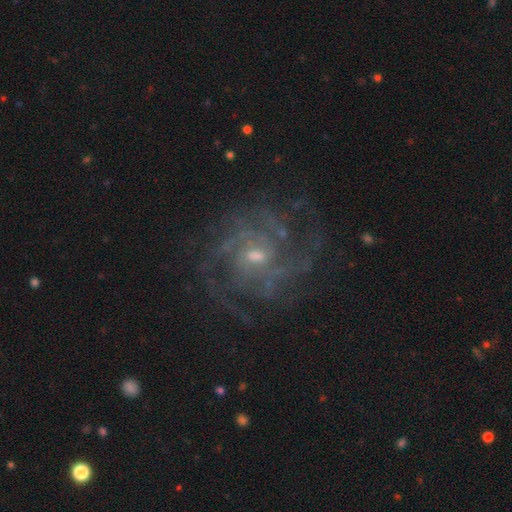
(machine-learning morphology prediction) Smooth or featured? featured or disk (87%)
Edge-on disk? no (98%)
Bar? weak (47%)
Spiral arms? yes (95%)
Spiral winding? tight (48%)
Spiral arm count? can't tell (29%)
Bulge size? small (49%)
Merging? none (71%)